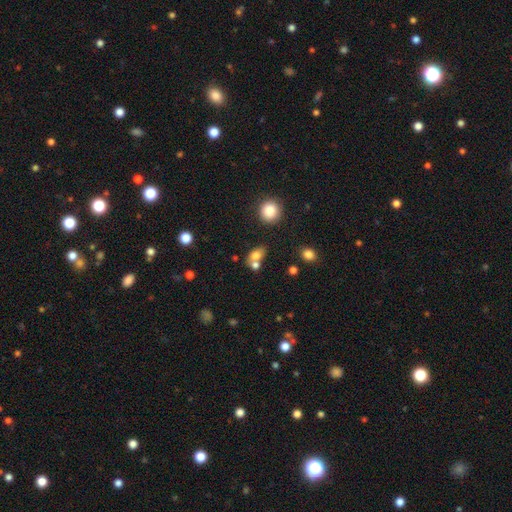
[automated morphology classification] Smooth or featured? smooth (74%)
How rounded? in between (66%)
Merging? merger (46%)